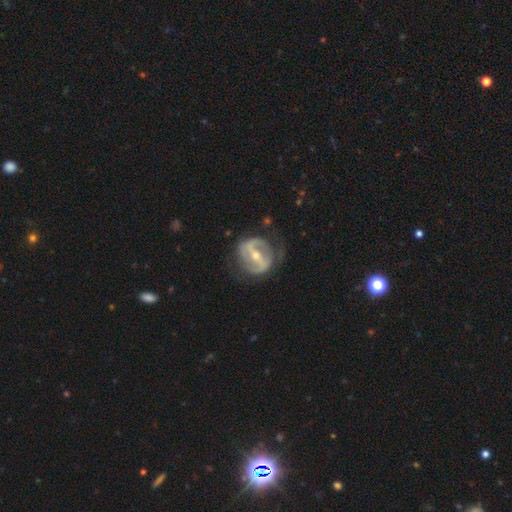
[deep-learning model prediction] A featured or disk galaxy (82%) with a strong bar (69%), 2 (78%) medium (42%) spiral arms (68%) and a moderate central bulge (51%).

Vote fractions:
- Smooth or featured? featured or disk: 82% / smooth: 13% / star or artifact: 5%
- Edge-on disk? no: 94% / yes: 6%
- Bar? strong: 69% / weak: 22% / no: 9%
- Spiral arms? yes: 68% / no: 32%
- Spiral winding? medium: 42% / tight: 33% / loose: 25%
- Spiral arm count? 2: 78% / can't tell: 13% / 1: 5% / 3: 2% / 4: 1% / more than 4: 1%
- Bulge size? moderate: 51% / small: 45% / large: 2% / none: 1% / dominant: 1%
- Merging? none: 65% / minor disturbance: 20% / major disturbance: 13% / merger: 2%